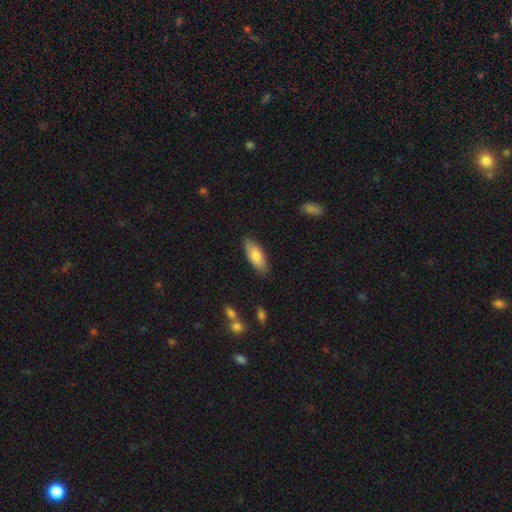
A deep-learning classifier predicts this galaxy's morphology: The model was most divided on "how rounded": in between: 71%, cigar-shaped: 28%, round: 2%. More confident: merging — none (85%); smooth or featured — smooth (81%).